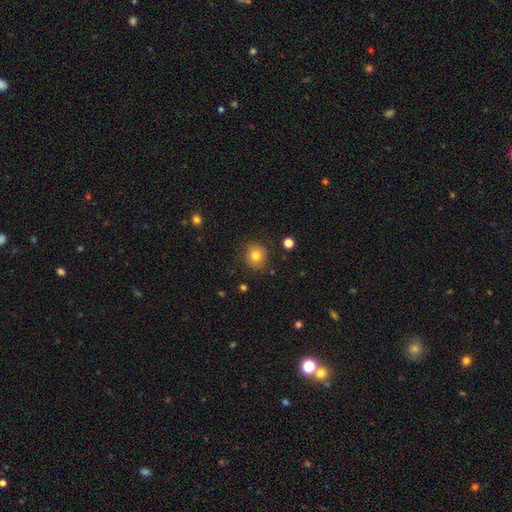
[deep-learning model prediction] Q: Smooth or featured?
A: smooth (80%); runner-up: star or artifact (11%)
Q: How rounded?
A: round (86%); runner-up: in between (13%)
Q: Merging?
A: none (87%); runner-up: minor disturbance (9%)